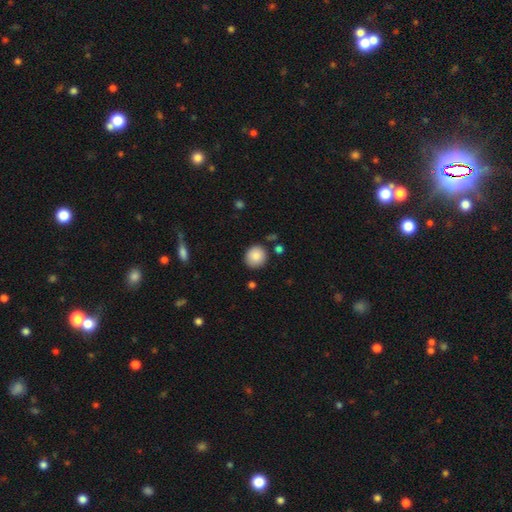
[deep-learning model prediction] A smooth galaxy with no disk features (87%) that is round (86%). Merging: none (86%).